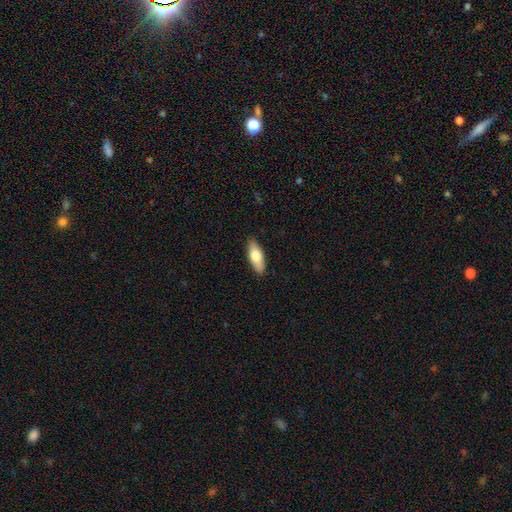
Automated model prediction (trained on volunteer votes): smooth_or_featured: smooth (p=0.71) [alt: featured or disk p=0.23]
how_rounded: in between (p=0.72) [alt: cigar-shaped p=0.26]
merging: none (p=0.88) [alt: minor disturbance p=0.09]